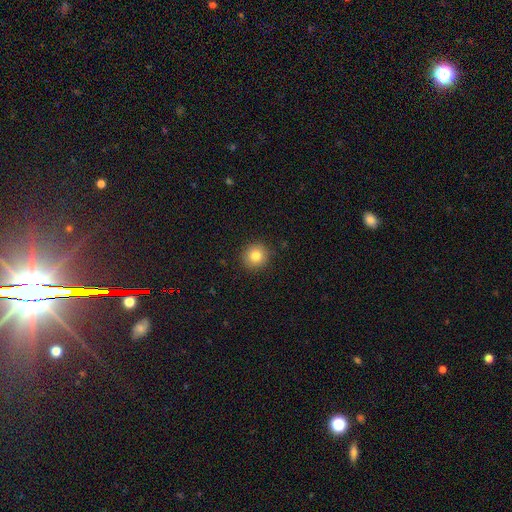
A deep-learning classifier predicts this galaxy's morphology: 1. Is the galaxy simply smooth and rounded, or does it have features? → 82% smooth, 10% star or artifact, 8% featured or disk.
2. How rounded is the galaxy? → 92% round, 7% in between, 1% cigar-shaped.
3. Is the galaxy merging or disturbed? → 90% none, 7% minor disturbance, 2% major disturbance, 1% merger.